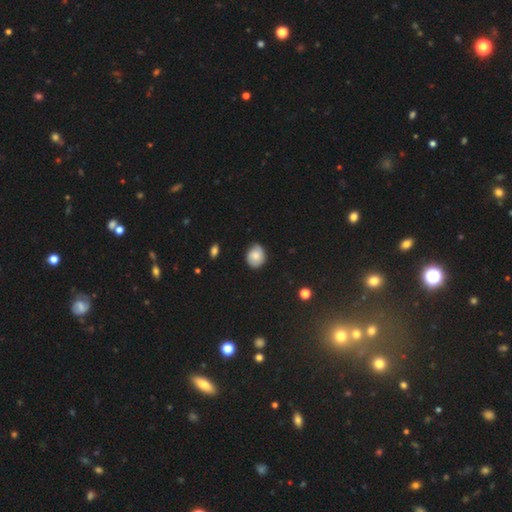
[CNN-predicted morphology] type=smooth (76%); roundness=round (60%); merging=none (71%).